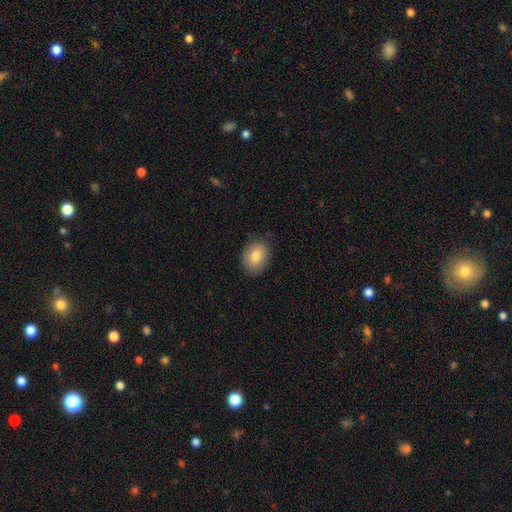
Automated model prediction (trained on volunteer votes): Smooth or featured? Predicted: smooth (p=0.80). How rounded? Predicted: in between (p=0.71). Merging? Predicted: none (p=0.86).